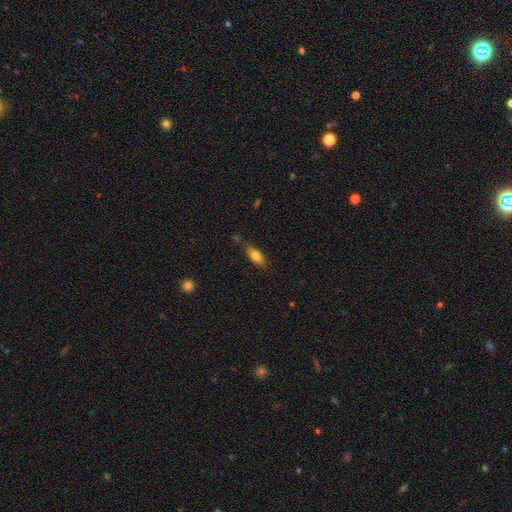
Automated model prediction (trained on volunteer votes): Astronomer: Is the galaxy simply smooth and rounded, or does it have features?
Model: smooth — 77%.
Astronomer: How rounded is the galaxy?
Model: in between — 75%.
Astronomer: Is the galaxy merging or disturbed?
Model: none — 71%.